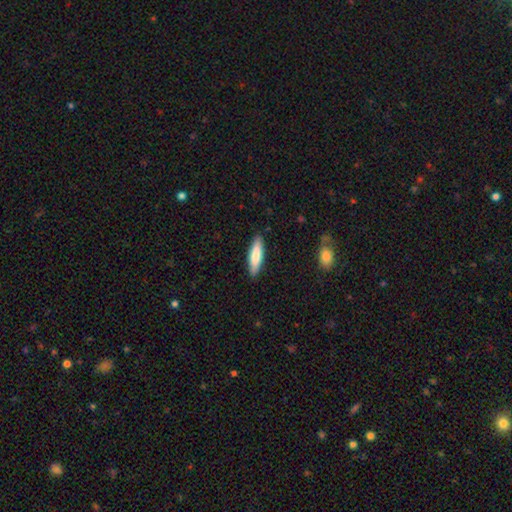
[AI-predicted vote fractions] Morphology: type=smooth (79%); roundness=cigar-shaped (63%); merging=none (88%).